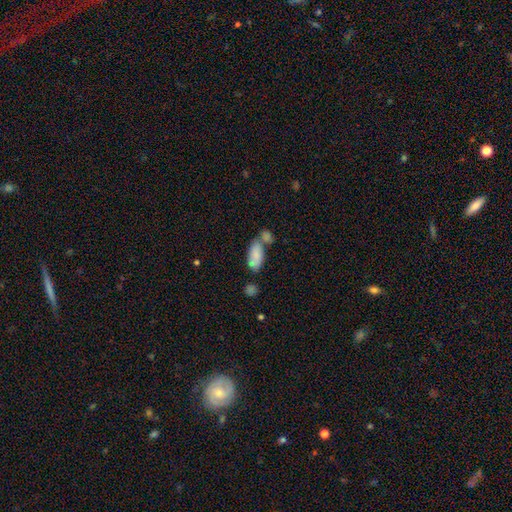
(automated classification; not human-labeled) Smooth or featured: smooth — 77% (featured or disk — 15%)
How rounded: in between — 86% (cigar-shaped — 10%)
Merging: merger — 43% (none — 36%)